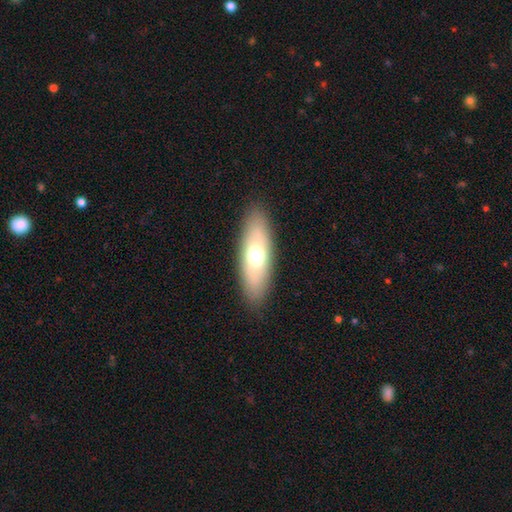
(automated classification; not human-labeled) Smooth or featured? smooth (62%)
How rounded? in between (65%)
Merging? none (88%)